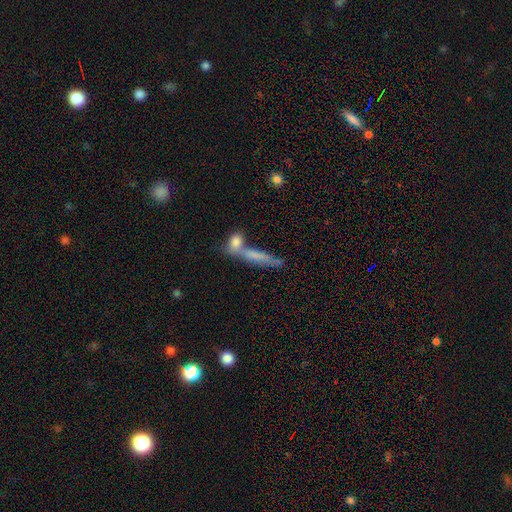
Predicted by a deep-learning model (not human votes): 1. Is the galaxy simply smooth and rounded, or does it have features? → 67% smooth, 25% featured or disk, 9% star or artifact.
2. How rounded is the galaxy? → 73% cigar-shaped, 23% in between, 5% round.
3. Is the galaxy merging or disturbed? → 45% merger, 36% none, 12% minor disturbance, 7% major disturbance.